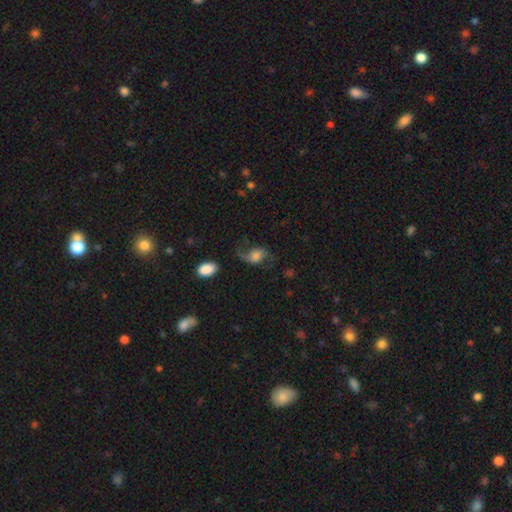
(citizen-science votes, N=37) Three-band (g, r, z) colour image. It shows a featured or disk galaxy (76%) with no bar (68%), 2 (86%) loose (75%) spiral arms (100%) and a moderate central bulge (36%). Merging: none (56%).